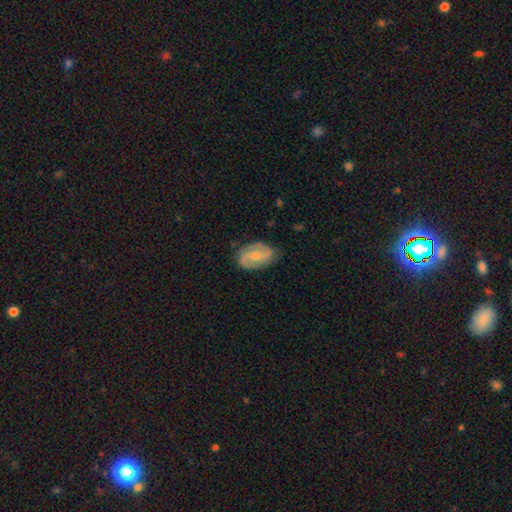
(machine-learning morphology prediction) Smooth or featured? featured or disk (70%)
Edge-on disk? no (97%)
Bar? weak (45%)
Spiral arms? yes (91%)
Spiral winding? medium (46%)
Spiral arm count? 2 (87%)
Bulge size? small (53%)
Merging? none (78%)